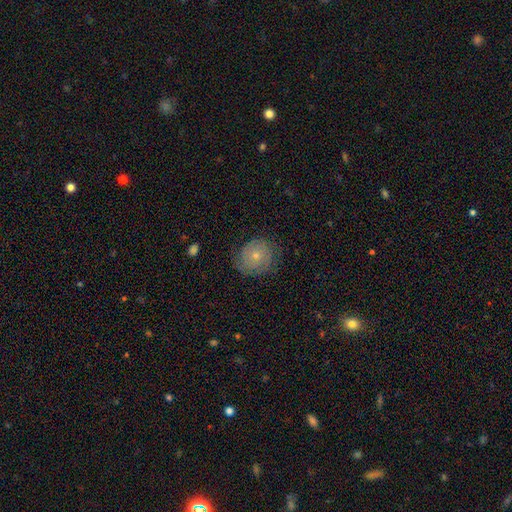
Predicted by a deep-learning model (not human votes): smooth 50%, featured or disk 42%, star or artifact 9%. Down the decision tree: merging — none (73%).